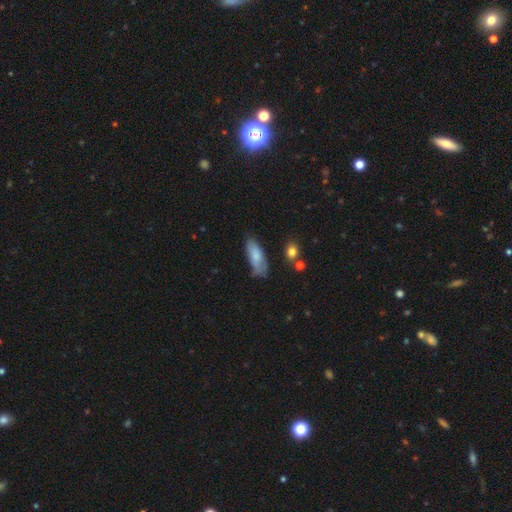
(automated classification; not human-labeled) smooth_or_featured: smooth (p=0.75) [alt: featured or disk p=0.19]
how_rounded: in between (p=0.71) [alt: cigar-shaped p=0.27]
merging: none (p=0.52) [alt: minor disturbance p=0.33]